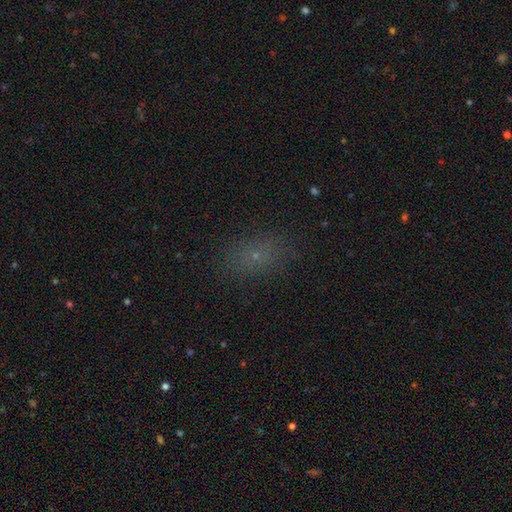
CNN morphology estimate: type=smooth (64%); roundness=in between (78%); merging=none (83%).